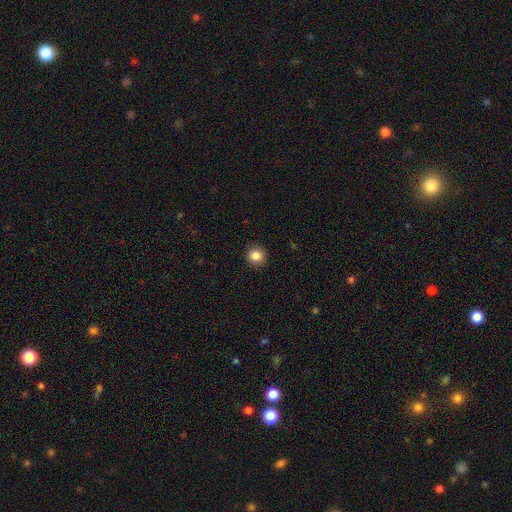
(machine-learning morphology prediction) This appears to be a smooth galaxy with no disk features (85%) that is round (91%). Merging: none (92%).